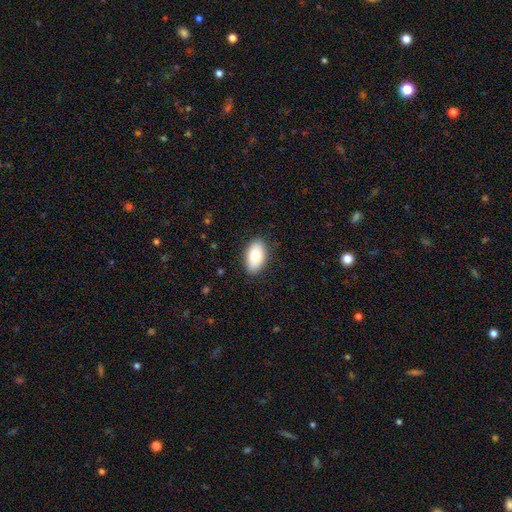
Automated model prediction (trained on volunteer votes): This appears to be a smooth galaxy with no disk features (79%) that is in between round and cigar-shaped (94%). Merging: none (87%).